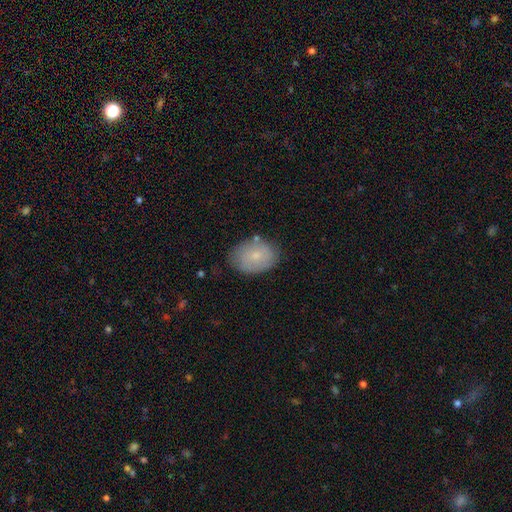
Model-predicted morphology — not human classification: Smooth or featured: smooth — 71% (featured or disk — 22%)
How rounded: in between — 76% (round — 23%)
Merging: none — 74% (minor disturbance — 19%)